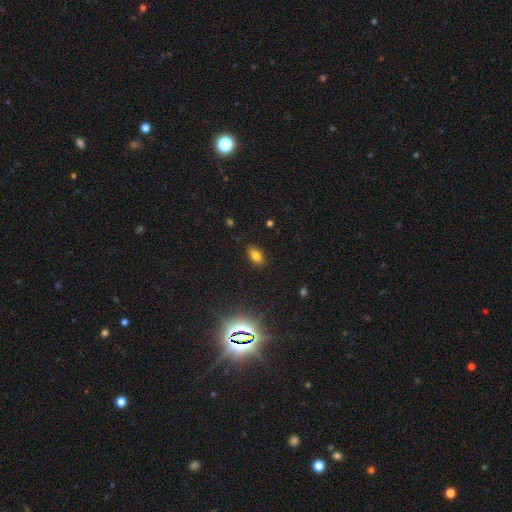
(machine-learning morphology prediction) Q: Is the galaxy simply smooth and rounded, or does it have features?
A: smooth — 76%.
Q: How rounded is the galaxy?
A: in between — 87%.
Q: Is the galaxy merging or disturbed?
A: none — 85%.